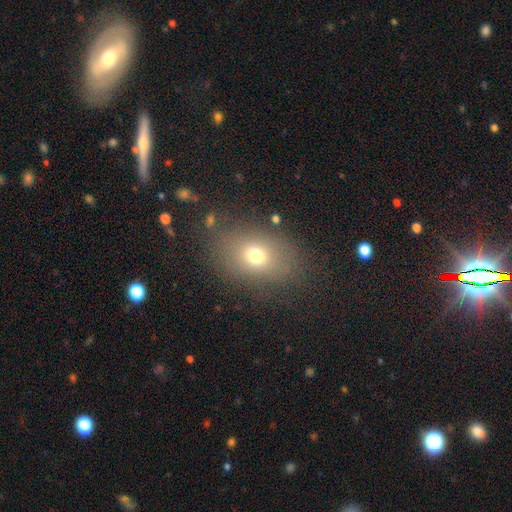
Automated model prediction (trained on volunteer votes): Q: Smooth or featured?
A: smooth (70%); runner-up: star or artifact (15%)
Q: How rounded?
A: in between (67%); runner-up: round (31%)
Q: Merging?
A: none (78%); runner-up: minor disturbance (13%)